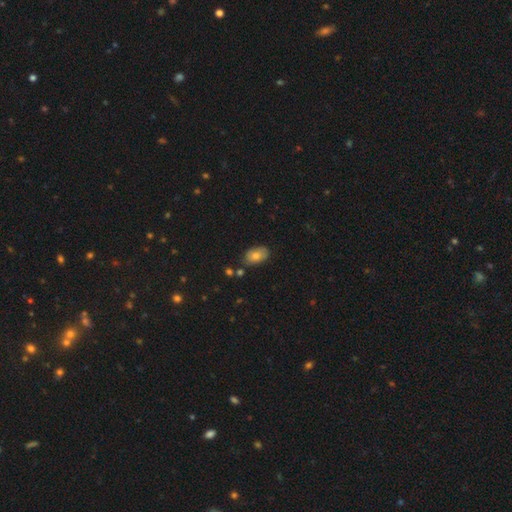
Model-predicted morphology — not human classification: Smooth or featured? smooth (78%)
How rounded? in between (90%)
Merging? none (78%)